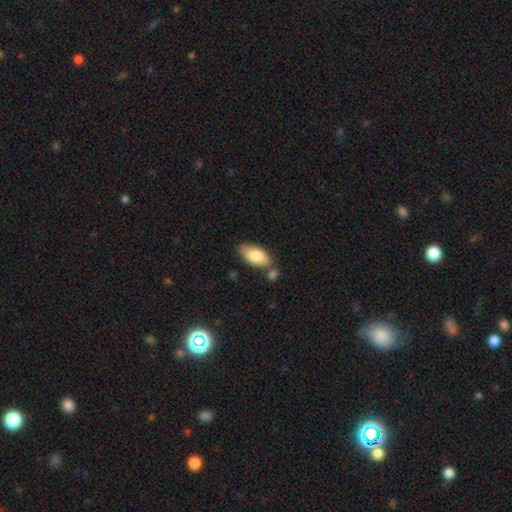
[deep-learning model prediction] Morphology: type=smooth (82%); roundness=in between (93%); merging=none (67%).